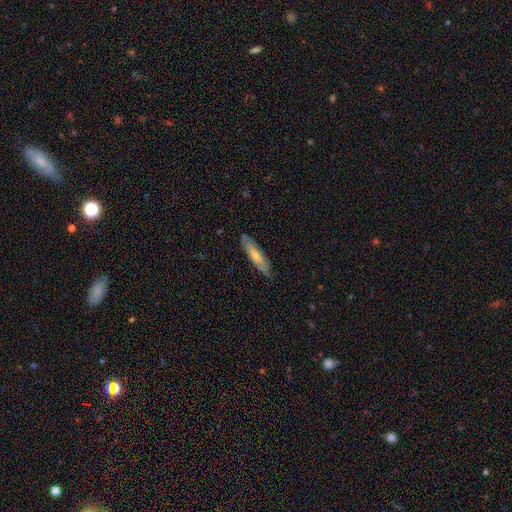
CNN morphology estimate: Overall: smooth (60%; featured or disk 35%). How rounded: cigar-shaped (70%). Merging: none (80%).